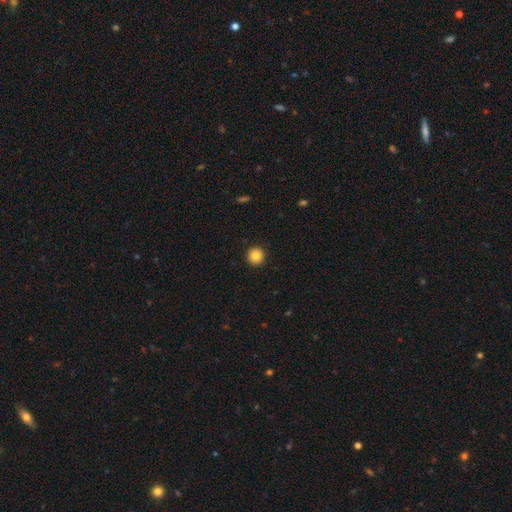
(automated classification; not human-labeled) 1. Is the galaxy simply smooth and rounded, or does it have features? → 84% smooth, 10% star or artifact, 6% featured or disk.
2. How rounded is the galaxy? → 95% round, 4% in between, 1% cigar-shaped.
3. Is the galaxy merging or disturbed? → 93% none, 5% minor disturbance, 2% major disturbance, 1% merger.